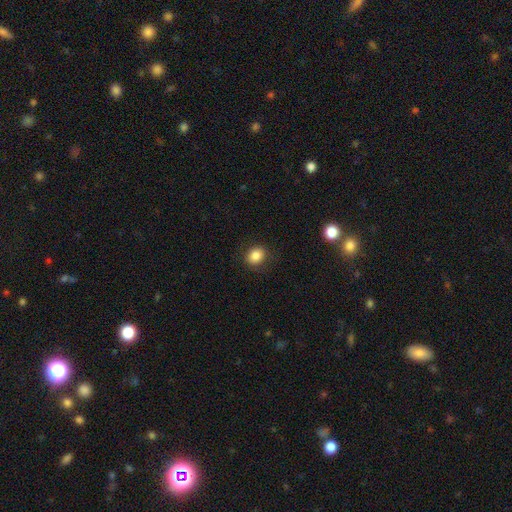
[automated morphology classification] A smooth galaxy with no disk features (85%) that is round (58%). Merging: none (88%).